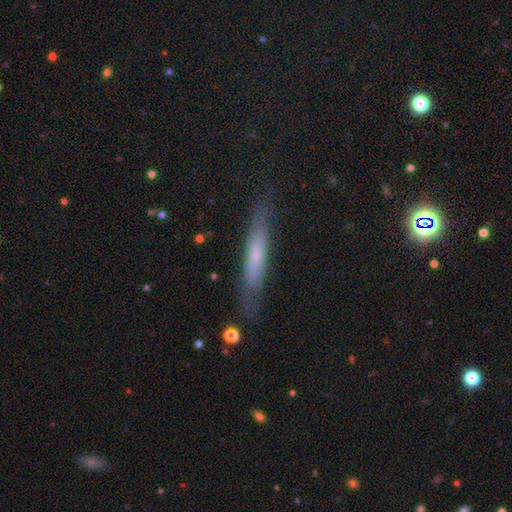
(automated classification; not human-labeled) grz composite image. It shows a smooth galaxy with no disk features (49%). Merging: none (80%).